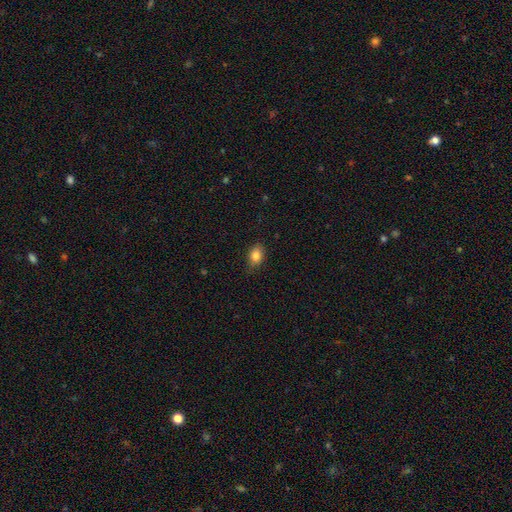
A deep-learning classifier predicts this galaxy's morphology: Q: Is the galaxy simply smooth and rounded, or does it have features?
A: smooth — 84%.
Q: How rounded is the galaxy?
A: in between — 78%.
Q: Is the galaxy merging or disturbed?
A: none — 82%.